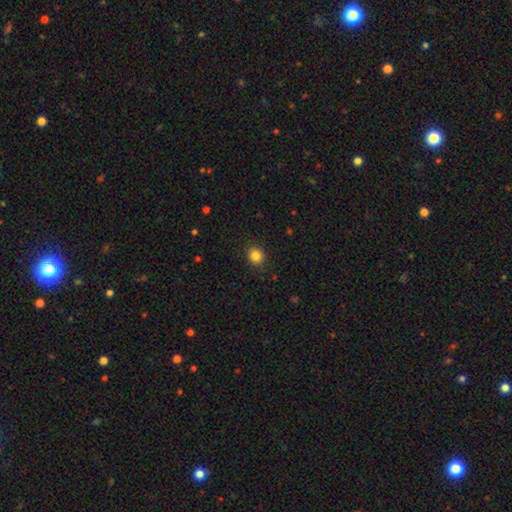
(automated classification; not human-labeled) Smooth or featured?
  - smooth: 85% *
  - star or artifact: 11%
  - featured or disk: 4%
How rounded?
  - round: 75% *
  - in between: 24%
  - cigar-shaped: 1%
Merging?
  - none: 88% *
  - minor disturbance: 8%
  - major disturbance: 2%
  - merger: 1%